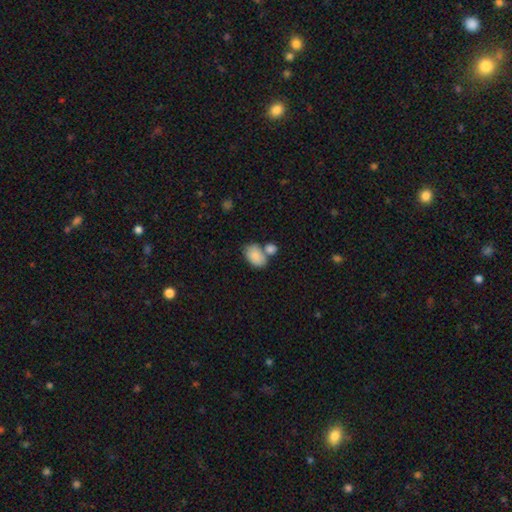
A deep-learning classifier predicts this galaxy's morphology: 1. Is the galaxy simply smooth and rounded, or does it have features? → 84% smooth, 10% featured or disk, 7% star or artifact.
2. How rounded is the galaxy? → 90% in between, 9% round, 1% cigar-shaped.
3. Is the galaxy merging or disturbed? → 43% none, 39% merger, 13% minor disturbance, 5% major disturbance.